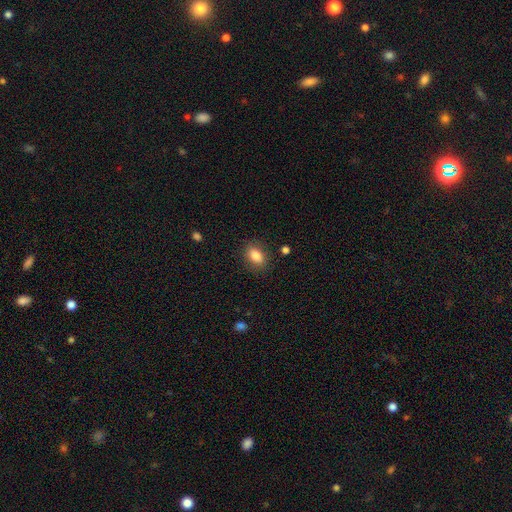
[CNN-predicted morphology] smooth-or-featured: smooth: 85% | star or artifact: 8% | featured or disk: 7%
  how-rounded: in between: 82% | round: 16% | cigar-shaped: 2%
  merging: none: 85% | minor disturbance: 11% | major disturbance: 3% | merger: 1%